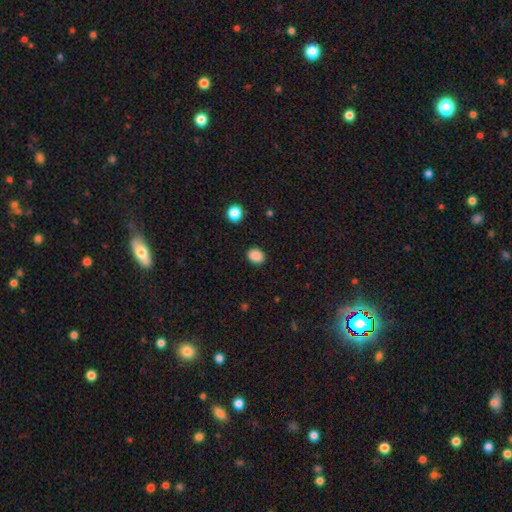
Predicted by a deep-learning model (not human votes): Smooth or featured? Predicted: smooth (p=0.88). How rounded? Predicted: round (p=0.54). Merging? Predicted: none (p=0.90).